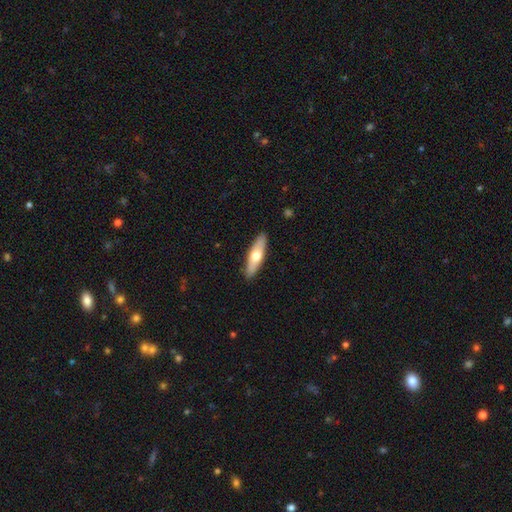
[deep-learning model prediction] Smooth or featured: smooth — 57% (featured or disk — 38%)
How rounded: cigar-shaped — 59% (in between — 39%)
Merging: none — 90% (minor disturbance — 8%)